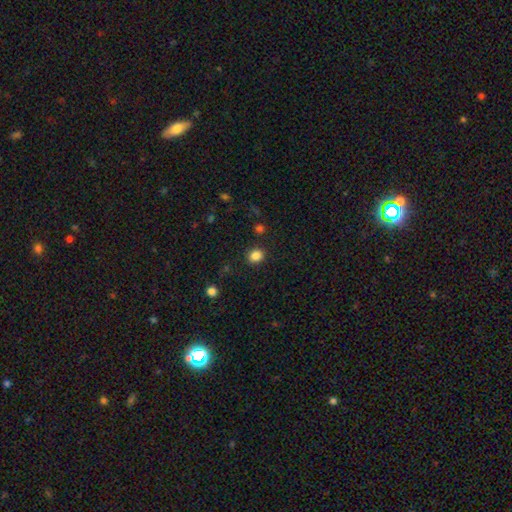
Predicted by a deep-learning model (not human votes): Smooth or featured: smooth — 85% (star or artifact — 12%)
How rounded: round — 75% (in between — 24%)
Merging: none — 89% (minor disturbance — 7%)